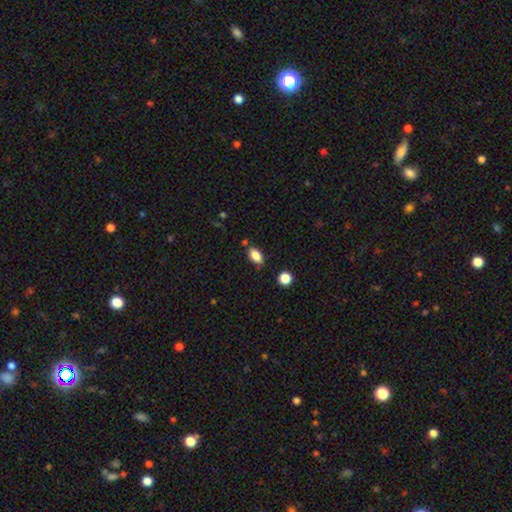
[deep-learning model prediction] Q: Smooth or featured?
A: smooth (83%); runner-up: star or artifact (9%)
Q: How rounded?
A: in between (89%); runner-up: round (7%)
Q: Merging?
A: none (78%); runner-up: minor disturbance (15%)